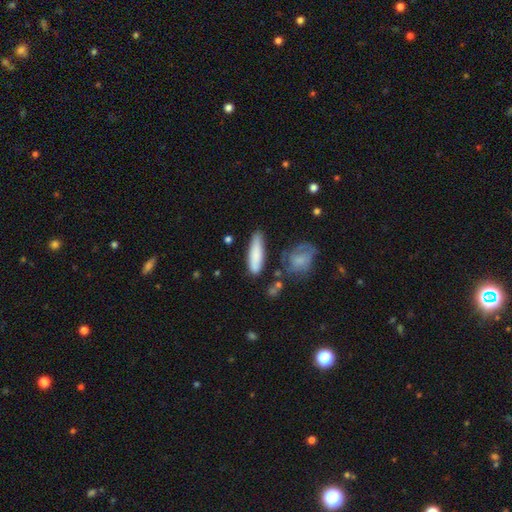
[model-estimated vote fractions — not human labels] smooth_or_featured: smooth (p=0.79) [alt: featured or disk p=0.14]
how_rounded: cigar-shaped (p=0.59) [alt: in between p=0.38]
merging: none (p=0.70) [alt: minor disturbance p=0.19]